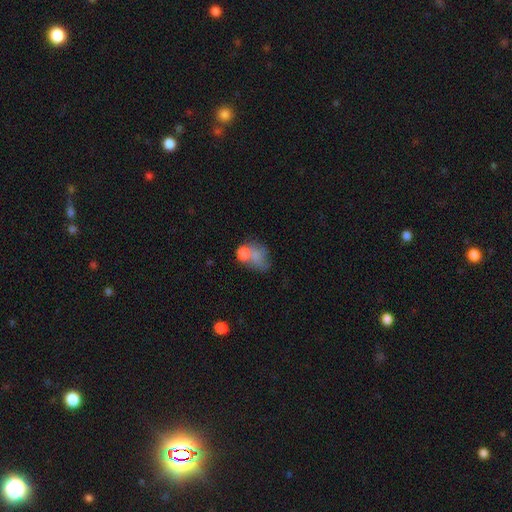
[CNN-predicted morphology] Smooth or featured? smooth (67%)
How rounded? in between (69%)
Merging? merger (38%)